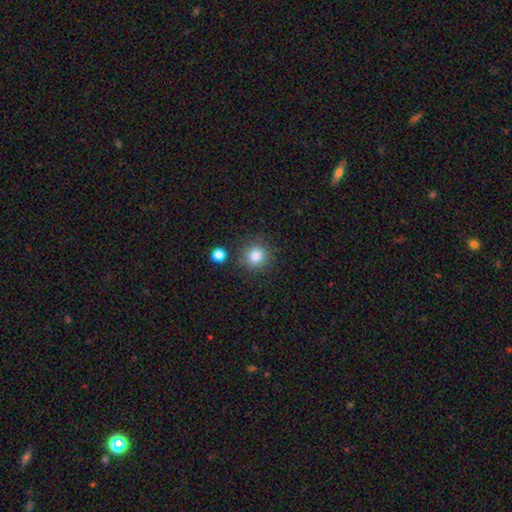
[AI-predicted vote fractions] Smooth or featured? smooth (83%)
How rounded? round (86%)
Merging? none (84%)